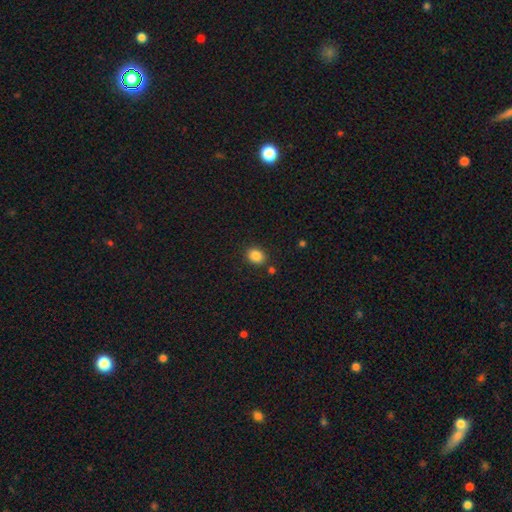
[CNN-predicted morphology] Smooth or featured? smooth (86%)
How rounded? round (53%)
Merging? none (83%)